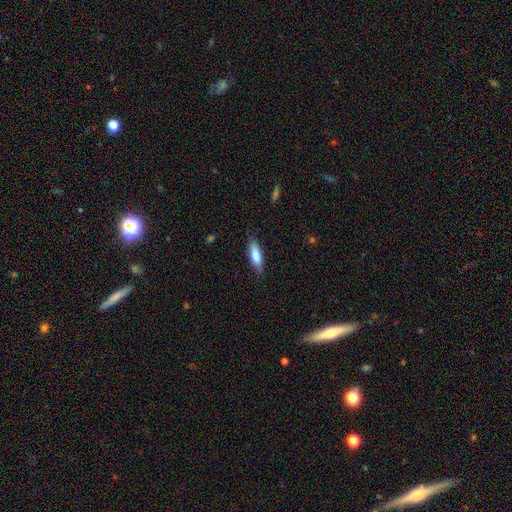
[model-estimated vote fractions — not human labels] A smooth galaxy with no disk features (80%) that is in between round and cigar-shaped (51%). Merging: none (80%).